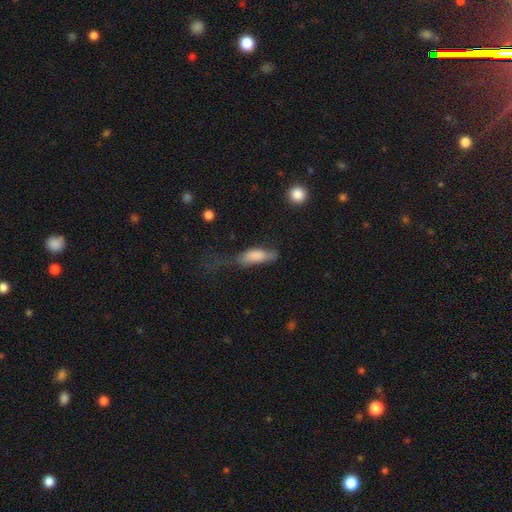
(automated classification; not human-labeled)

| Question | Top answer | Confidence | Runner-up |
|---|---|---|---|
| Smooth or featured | smooth | 76% | featured or disk (16%) |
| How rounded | in between | 70% | cigar-shaped (27%) |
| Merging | major disturbance | 42% | minor disturbance (30%) |